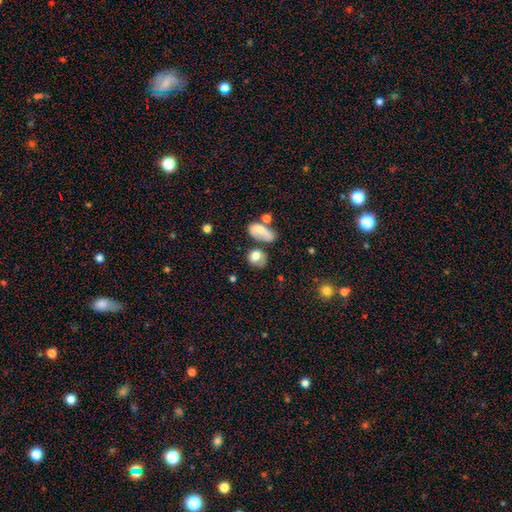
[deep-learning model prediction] The model was most divided on "how rounded": round: 52%, in between: 46%, cigar-shaped: 2%. More confident: smooth or featured — smooth (75%); merging — none (51%).